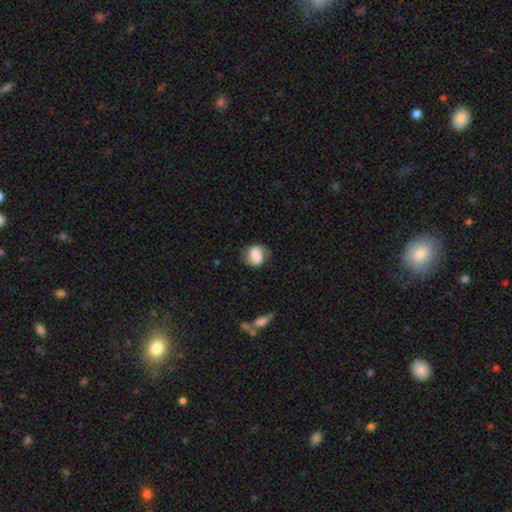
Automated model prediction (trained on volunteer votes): A smooth galaxy with no disk features (47%).

Vote fractions:
- Smooth or featured? smooth: 47% / featured or disk: 44% / star or artifact: 9%
- Merging? none: 71% / minor disturbance: 19% / major disturbance: 8% / merger: 2%